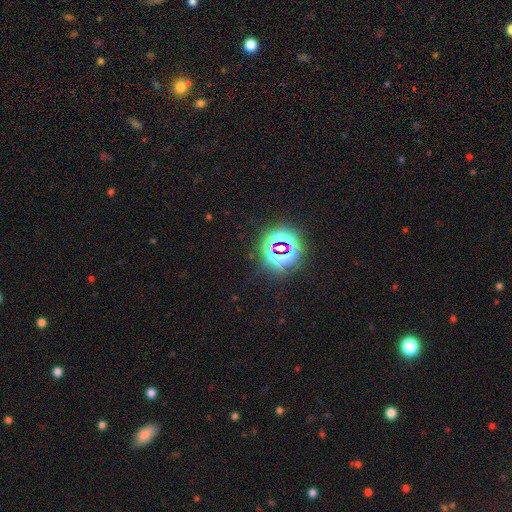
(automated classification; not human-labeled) smooth_or_featured: star or artifact (p=0.74) [alt: smooth p=0.19]